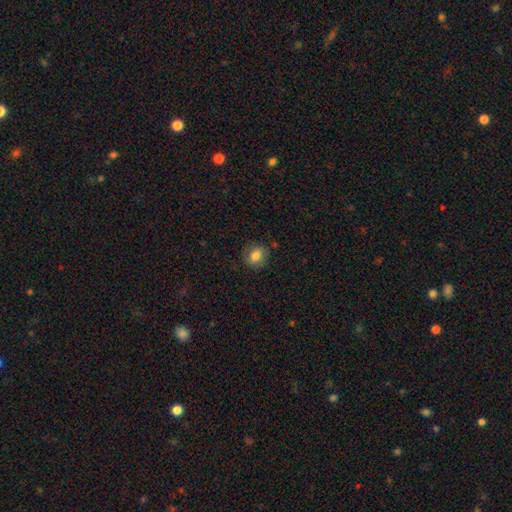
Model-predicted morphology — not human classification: smooth 81%, star or artifact 10%, featured or disk 10%. Down the decision tree: how rounded — round (60%); merging — none (81%).